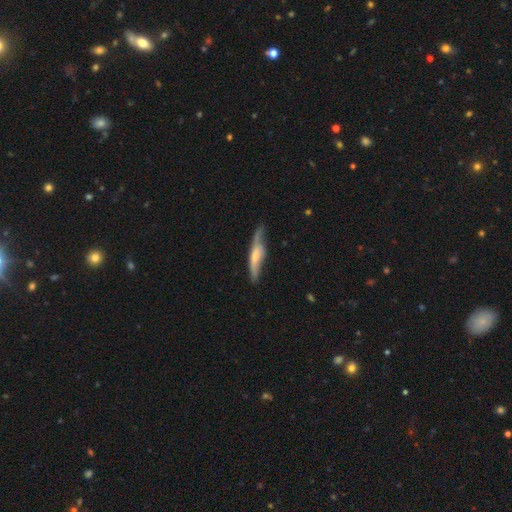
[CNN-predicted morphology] Smooth or featured: featured or disk — 51% (smooth — 43%)
Edge-on disk: yes — 70% (no — 30%)
Merging: none — 56% (minor disturbance — 30%)